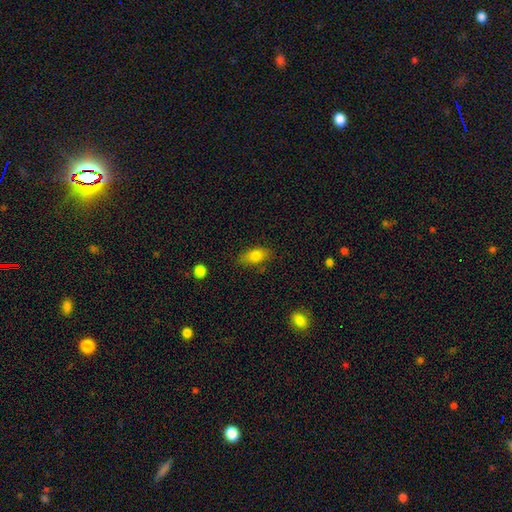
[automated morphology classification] Smooth or featured? Predicted: smooth (p=0.78). How rounded? Predicted: in between (p=0.83). Merging? Predicted: none (p=0.79).